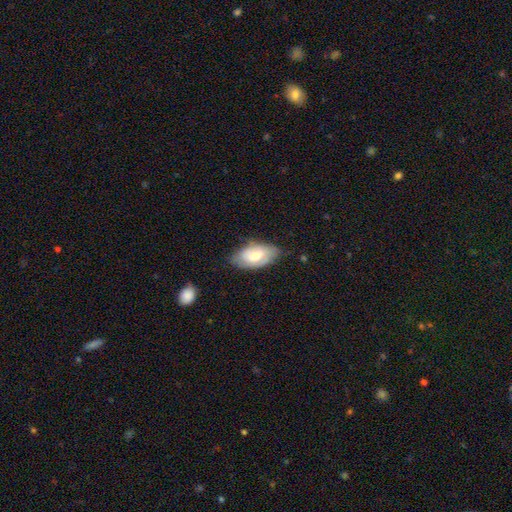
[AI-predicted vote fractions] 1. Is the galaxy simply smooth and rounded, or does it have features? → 56% smooth, 38% featured or disk, 6% star or artifact.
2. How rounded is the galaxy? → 93% in between, 4% round, 3% cigar-shaped.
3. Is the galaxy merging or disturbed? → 70% none, 24% minor disturbance, 5% major disturbance, 1% merger.